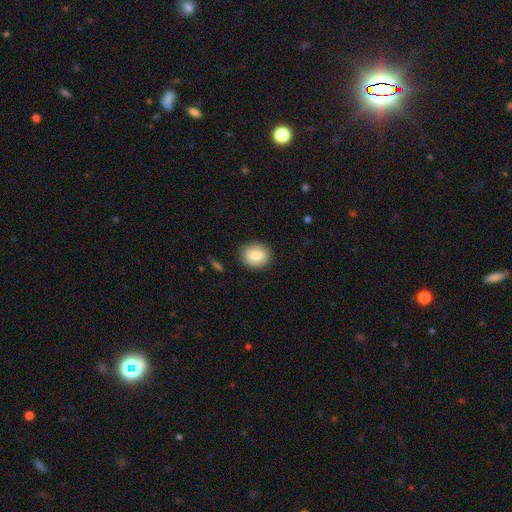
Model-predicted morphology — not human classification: This is clearly a smooth galaxy (85%). How rounded: likely round (62%). Merging: clearly none (87%).